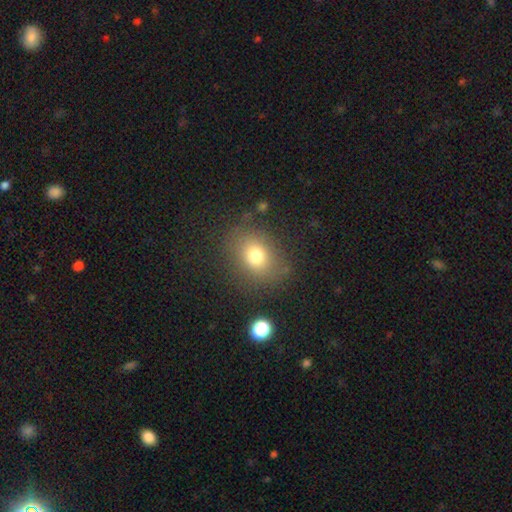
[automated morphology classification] Smooth or featured? Predicted: smooth (p=0.75). How rounded? Predicted: round (p=0.51). Merging? Predicted: none (p=0.79).